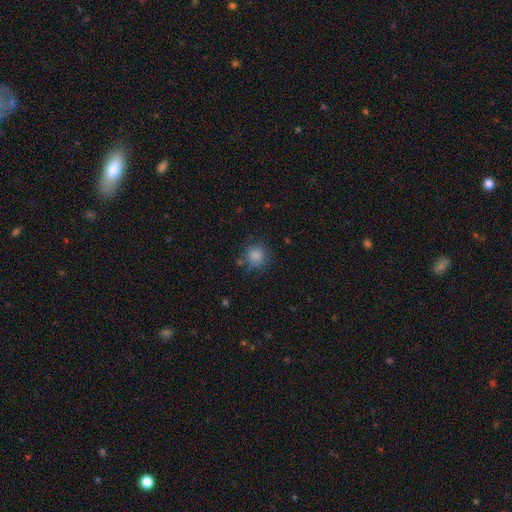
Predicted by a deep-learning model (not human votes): This is clearly a smooth galaxy (85%). How rounded: clearly round (91%). Merging: clearly none (80%).